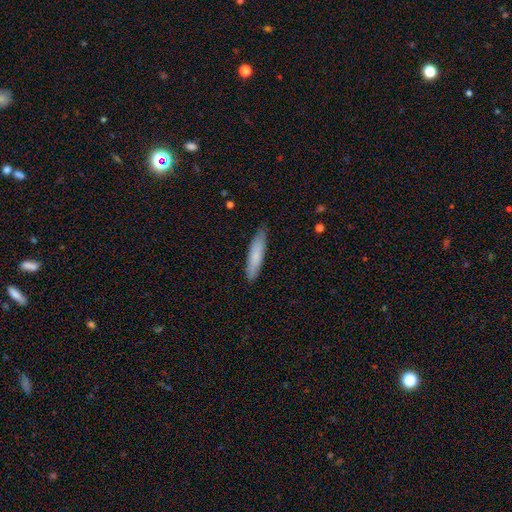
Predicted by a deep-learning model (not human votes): A smooth galaxy with no disk features (77%) that is cigar-shaped (83%).

Vote fractions:
- Smooth or featured? smooth: 77% / featured or disk: 18% / star or artifact: 6%
- How rounded? cigar-shaped: 83% / in between: 16% / round: 1%
- Merging? none: 85% / minor disturbance: 12% / major disturbance: 2% / merger: 1%